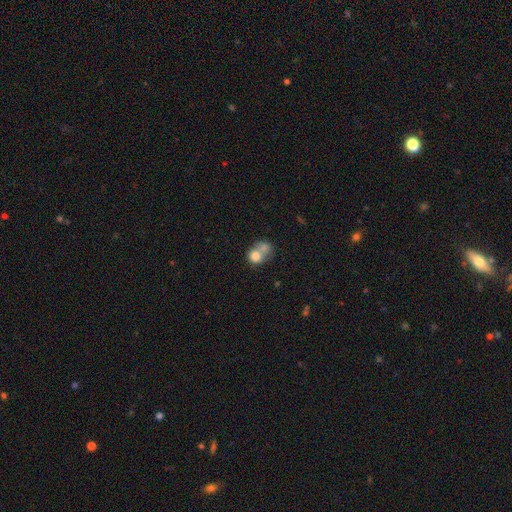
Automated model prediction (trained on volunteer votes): Q: Smooth or featured?
A: smooth (74%); runner-up: featured or disk (16%)
Q: How rounded?
A: round (64%); runner-up: in between (35%)
Q: Merging?
A: merger (62%); runner-up: none (24%)